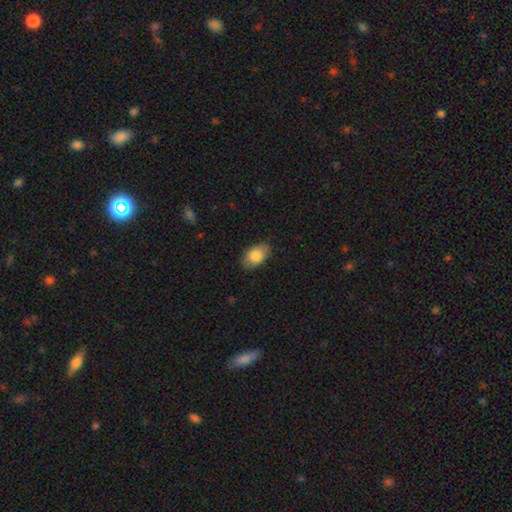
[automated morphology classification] Q: Smooth or featured?
A: smooth (83%); runner-up: featured or disk (10%)
Q: How rounded?
A: in between (90%); runner-up: round (8%)
Q: Merging?
A: none (80%); runner-up: minor disturbance (16%)